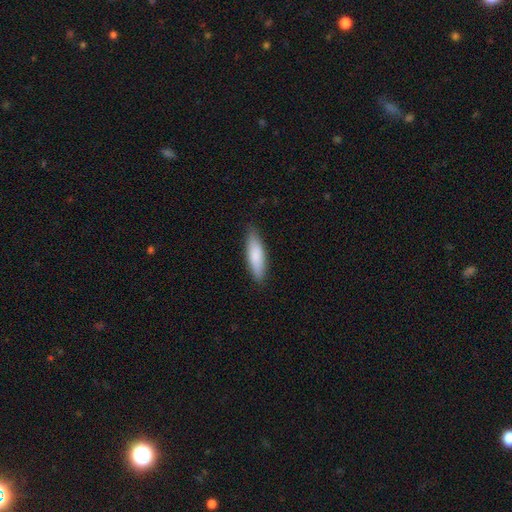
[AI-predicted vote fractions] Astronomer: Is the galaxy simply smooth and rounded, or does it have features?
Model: smooth — 83%.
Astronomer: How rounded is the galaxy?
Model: cigar-shaped — 59% (runner-up: in between, 39%).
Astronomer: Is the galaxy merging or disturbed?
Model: none — 85%.